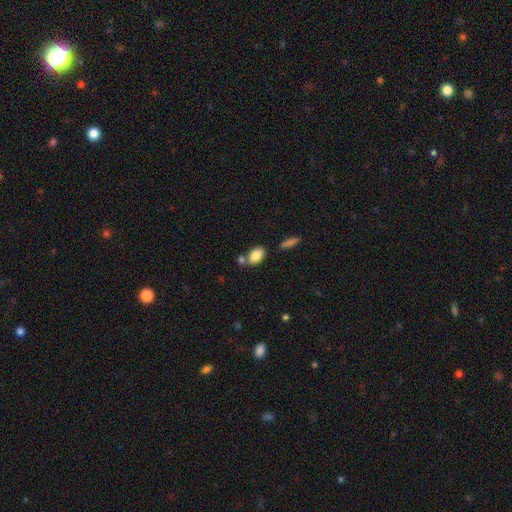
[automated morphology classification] Smooth or featured? smooth (84%)
How rounded? in between (89%)
Merging? none (62%)